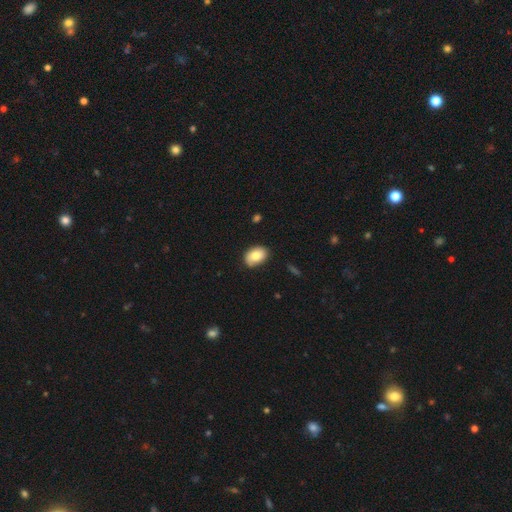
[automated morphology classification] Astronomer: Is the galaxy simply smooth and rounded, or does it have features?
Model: smooth — 75%.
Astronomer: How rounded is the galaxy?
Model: in between — 79%.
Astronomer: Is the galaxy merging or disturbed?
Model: none — 74%.